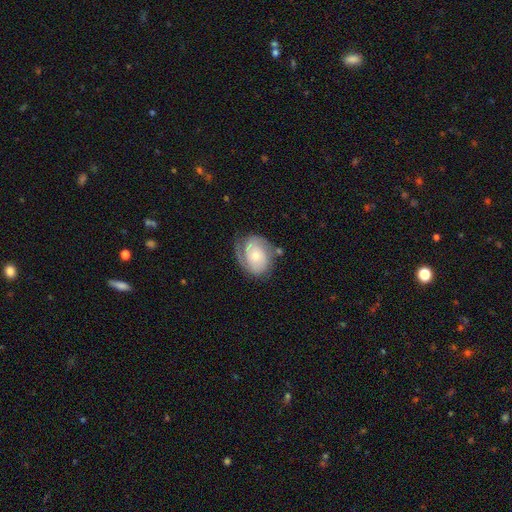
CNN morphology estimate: Q: Smooth or featured?
A: featured or disk (75%); runner-up: smooth (20%)
Q: Edge-on disk?
A: no (97%); runner-up: yes (3%)
Q: Bar?
A: no (74%); runner-up: weak (21%)
Q: Spiral arms?
A: yes (91%); runner-up: no (9%)
Q: Spiral winding?
A: tight (57%); runner-up: medium (31%)
Q: Spiral arm count?
A: 2 (57%); runner-up: can't tell (17%)
Q: Bulge size?
A: small (55%); runner-up: moderate (39%)
Q: Merging?
A: none (60%); runner-up: minor disturbance (23%)